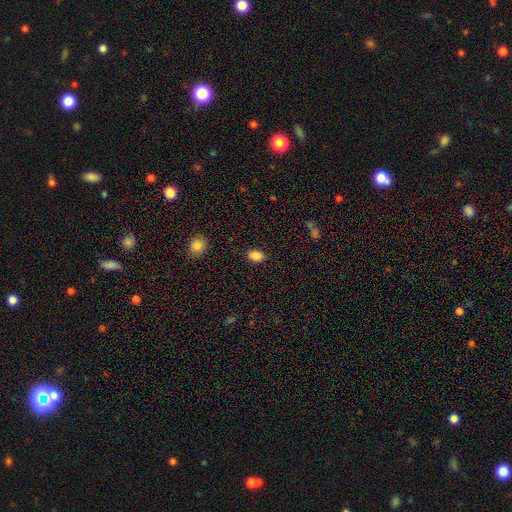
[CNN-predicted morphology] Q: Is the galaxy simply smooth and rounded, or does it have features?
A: smooth — 87%.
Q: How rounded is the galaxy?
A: in between — 84%.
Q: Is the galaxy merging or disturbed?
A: none — 86%.